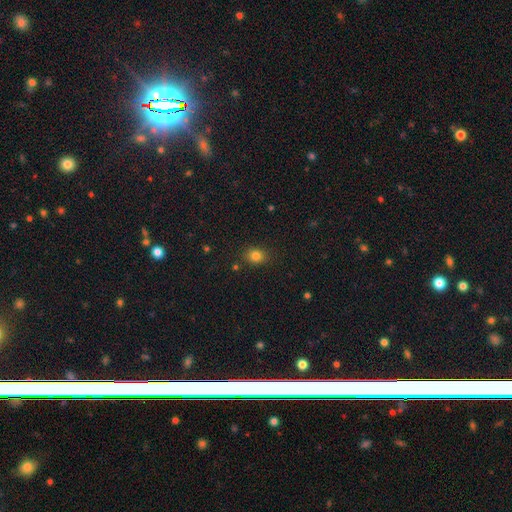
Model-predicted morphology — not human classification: The model was most divided on "how rounded": round: 59%, in between: 40%, cigar-shaped: 1%. More confident: merging — none (86%); smooth or featured — smooth (81%).